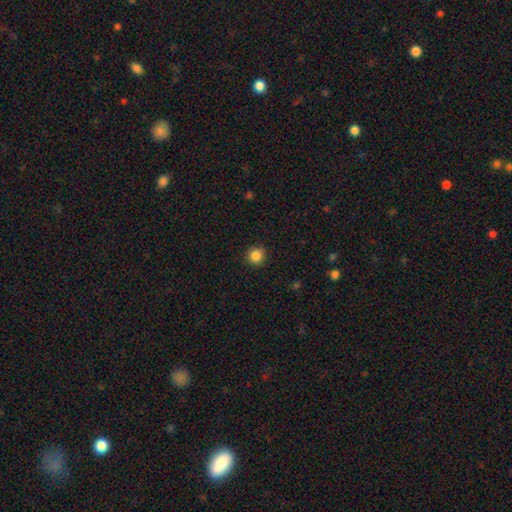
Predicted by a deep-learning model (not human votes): Smooth or featured? Predicted: smooth (p=0.86). How rounded? Predicted: round (p=0.92). Merging? Predicted: none (p=0.90).